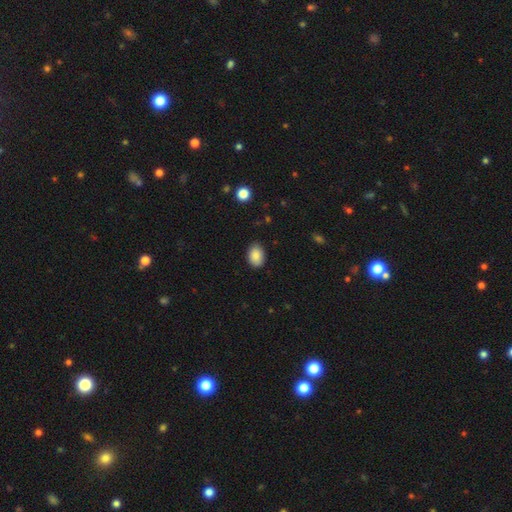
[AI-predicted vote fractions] This appears to be a smooth galaxy with no disk features (88%) that is in between round and cigar-shaped (81%). Merging: none (85%).